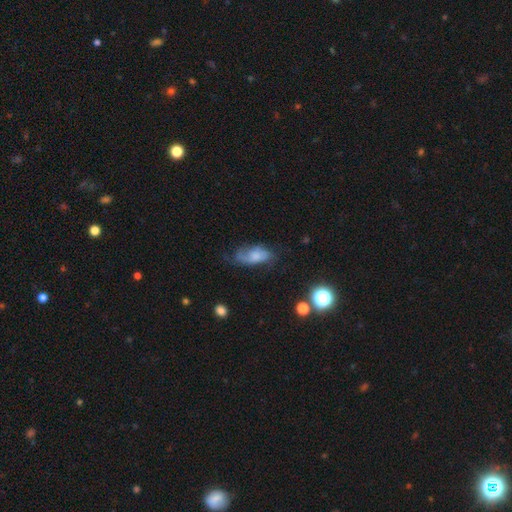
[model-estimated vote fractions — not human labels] This appears to be a smooth galaxy with no disk features (55%) that is in between round and cigar-shaped (85%). Merging: none (45%).